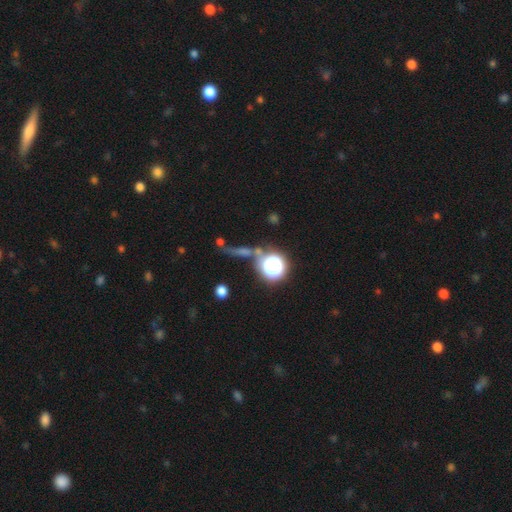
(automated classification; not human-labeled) Overall: star or artifact (66%).